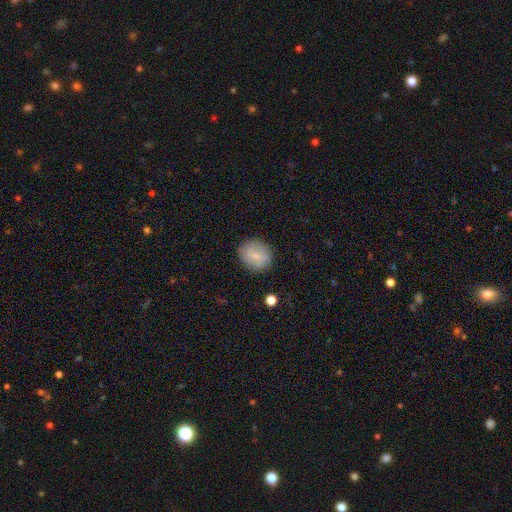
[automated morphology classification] type=smooth (77%); roundness=round (75%); merging=none (85%).